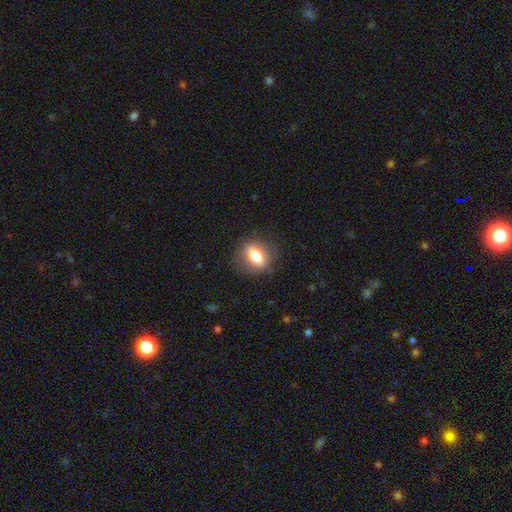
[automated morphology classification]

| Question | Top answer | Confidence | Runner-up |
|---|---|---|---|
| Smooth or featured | smooth | 73% | featured or disk (18%) |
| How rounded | in between | 60% | round (36%) |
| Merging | none | 85% | minor disturbance (10%) |